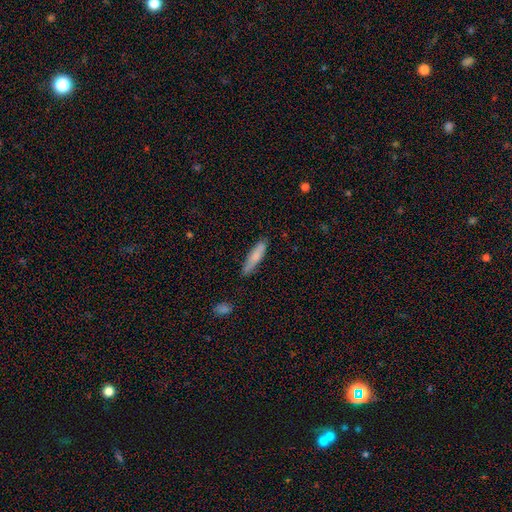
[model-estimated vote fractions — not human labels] A smooth galaxy with no disk features (79%) that is cigar-shaped (79%). Merging: none (80%).